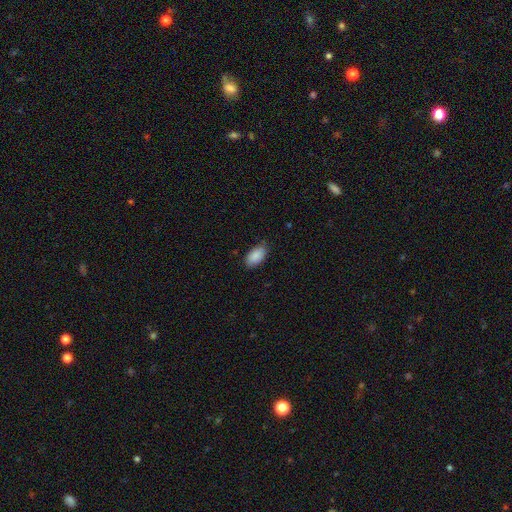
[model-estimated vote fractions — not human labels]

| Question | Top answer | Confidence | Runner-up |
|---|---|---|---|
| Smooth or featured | smooth | 88% | star or artifact (7%) |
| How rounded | in between | 95% | round (3%) |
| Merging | none | 78% | minor disturbance (18%) |